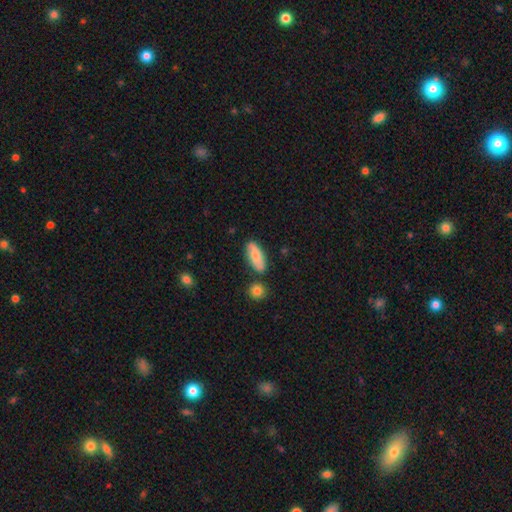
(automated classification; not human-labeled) smooth 73%, featured or disk 20%, star or artifact 6%. Down the decision tree: how rounded — in between (81%); merging — none (76%).